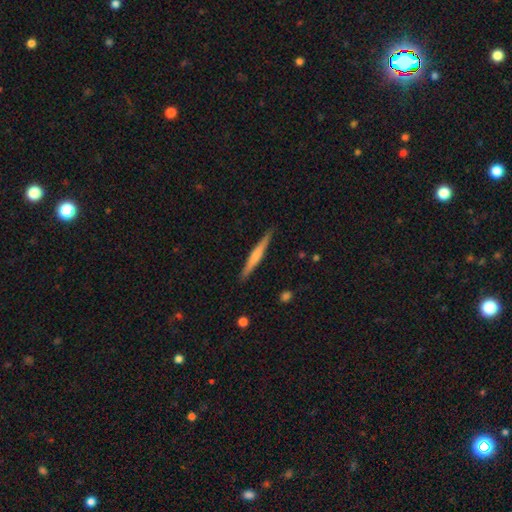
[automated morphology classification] smooth 49%, featured or disk 45%, star or artifact 5%. Down the decision tree: merging — none (89%).